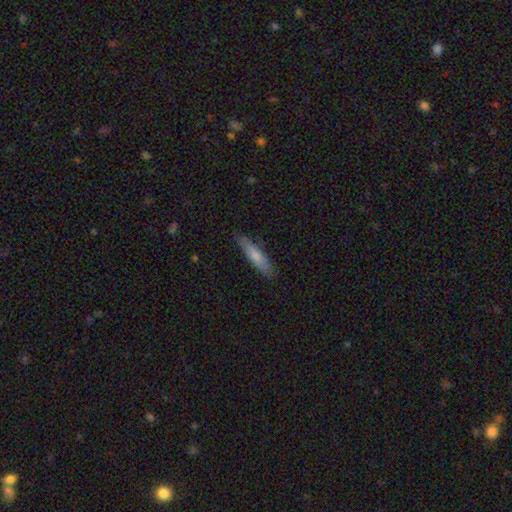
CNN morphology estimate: smooth-or-featured: smooth: 71% | featured or disk: 23% | star or artifact: 6%
  how-rounded: cigar-shaped: 76% | in between: 22% | round: 2%
  merging: none: 84% | minor disturbance: 13% | major disturbance: 2% | merger: 1%